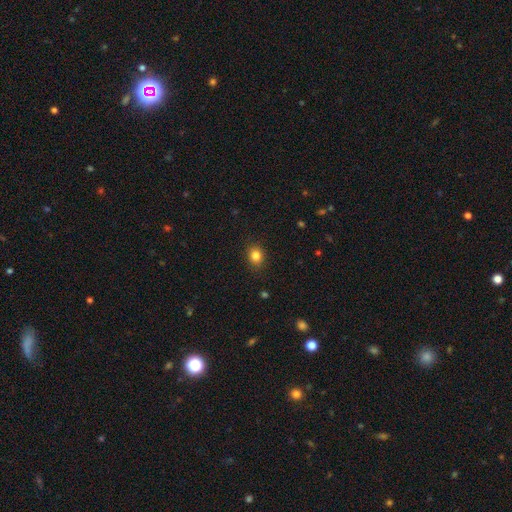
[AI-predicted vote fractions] Morphology: type=smooth (84%); roundness=round (57%); merging=none (88%).